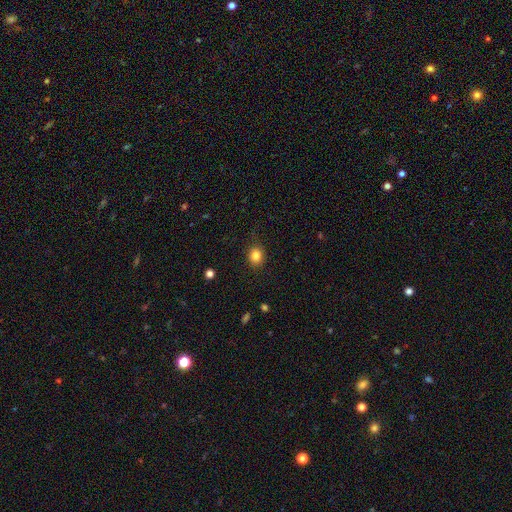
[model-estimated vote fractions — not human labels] Smooth or featured? smooth (83%)
How rounded? round (67%)
Merging? none (84%)